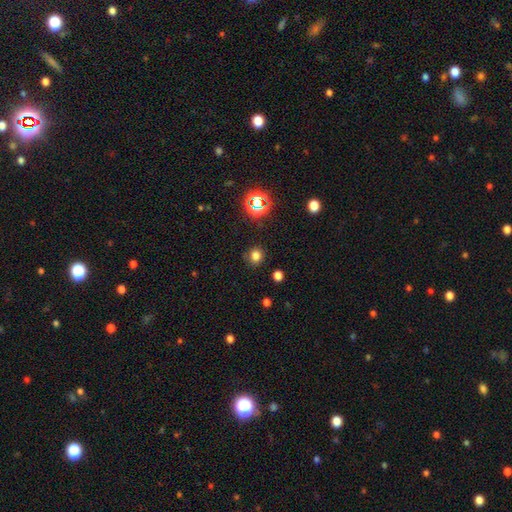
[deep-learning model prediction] This is likely a smooth galaxy (76%). How rounded: clearly round (84%). Merging: clearly none (85%).